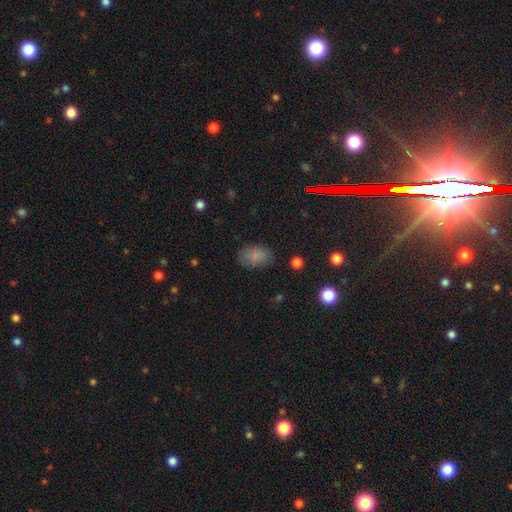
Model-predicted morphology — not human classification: The model was most divided on "merging": none: 77%, minor disturbance: 16%, major disturbance: 5%, merger: 2%. More confident: how rounded — in between (86%); smooth or featured — smooth (81%).